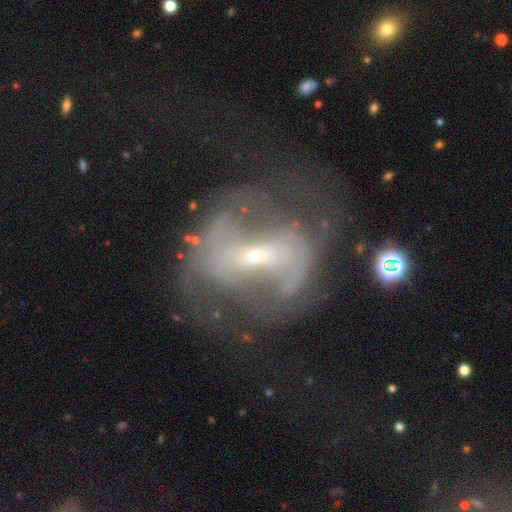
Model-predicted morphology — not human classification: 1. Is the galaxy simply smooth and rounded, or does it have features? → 80% featured or disk, 11% smooth, 9% star or artifact.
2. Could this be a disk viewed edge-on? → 94% no, 6% yes.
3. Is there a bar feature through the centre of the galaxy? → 50% strong, 31% weak, 19% no.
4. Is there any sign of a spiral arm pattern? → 71% yes, 29% no.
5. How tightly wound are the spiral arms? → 42% medium, 35% loose, 23% tight.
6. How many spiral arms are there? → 69% 2, 20% can't tell, 4% 1, 3% 3, 2% 4, 2% more than 4.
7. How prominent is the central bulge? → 71% small, 24% moderate, 2% large, 2% none, 1% dominant.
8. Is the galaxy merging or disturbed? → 48% none, 31% major disturbance, 18% minor disturbance, 3% merger.